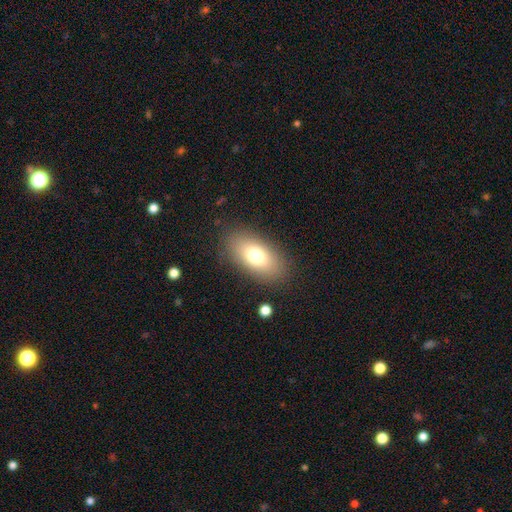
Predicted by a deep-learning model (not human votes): Smooth or featured: smooth — 76% (featured or disk — 15%)
How rounded: in between — 91% (round — 4%)
Merging: none — 85% (minor disturbance — 10%)